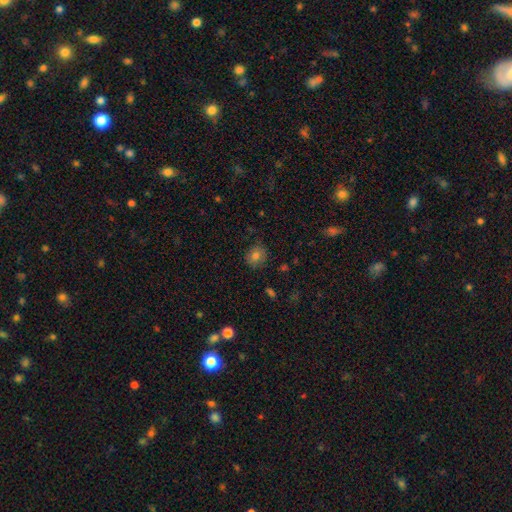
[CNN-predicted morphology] This is likely a smooth galaxy (78%). How rounded: likely round (71%). Merging: clearly none (82%).